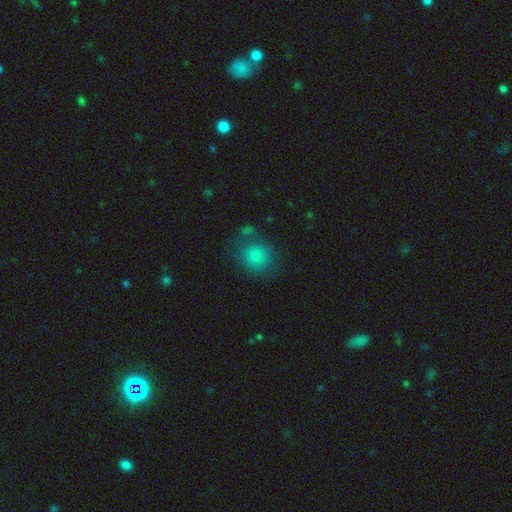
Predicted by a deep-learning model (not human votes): A smooth galaxy with no disk features (75%) that is round (81%).

Vote fractions:
- Smooth or featured? smooth: 75% / featured or disk: 13% / star or artifact: 12%
- How rounded? round: 81% / in between: 18% / cigar-shaped: 1%
- Merging? none: 62% / minor disturbance: 18% / merger: 11% / major disturbance: 9%